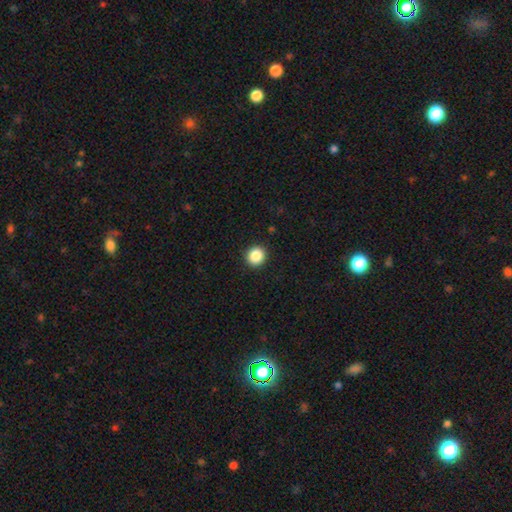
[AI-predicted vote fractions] Q: Smooth or featured?
A: smooth (87%); runner-up: star or artifact (9%)
Q: How rounded?
A: round (88%); runner-up: in between (11%)
Q: Merging?
A: none (92%); runner-up: minor disturbance (5%)